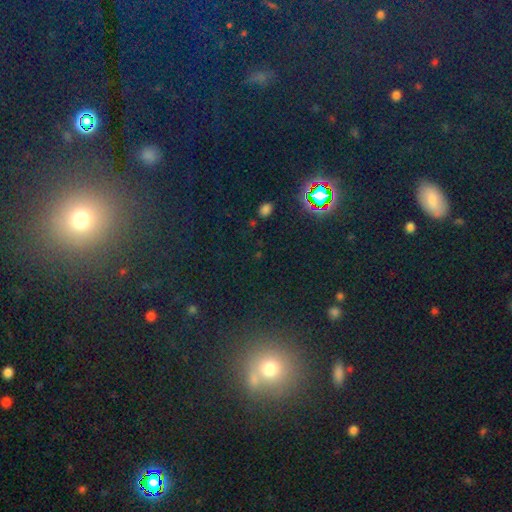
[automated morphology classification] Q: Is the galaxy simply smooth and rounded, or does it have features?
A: star or artifact — 55%.